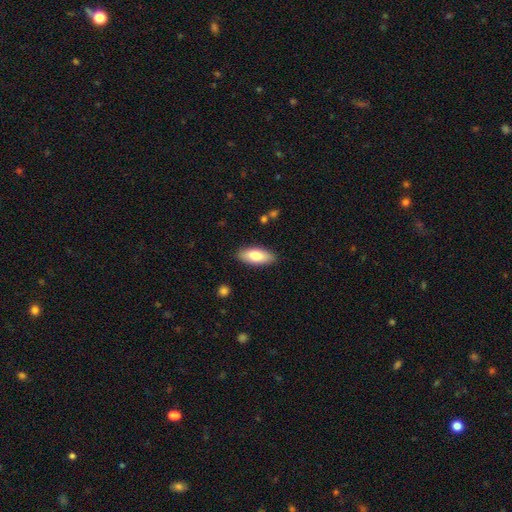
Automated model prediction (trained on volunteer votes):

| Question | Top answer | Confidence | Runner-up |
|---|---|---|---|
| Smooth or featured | smooth | 79% | featured or disk (15%) |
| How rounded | in between | 83% | cigar-shaped (15%) |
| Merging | none | 88% | minor disturbance (9%) |